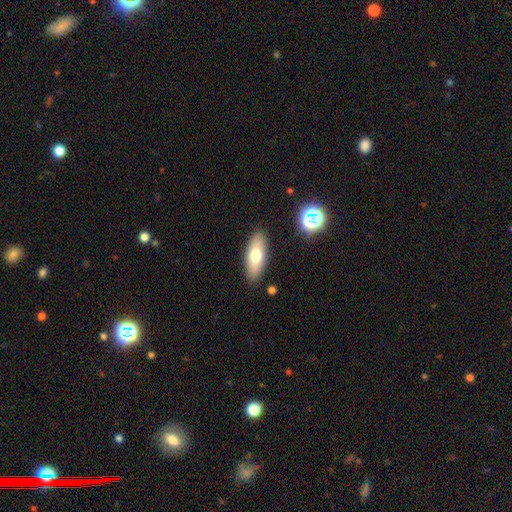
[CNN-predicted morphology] type=smooth (70%); roundness=in between (77%); merging=none (88%).